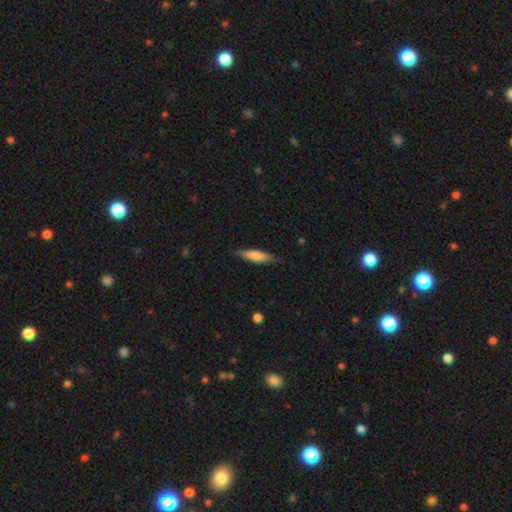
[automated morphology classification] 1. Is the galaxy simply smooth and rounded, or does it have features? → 69% smooth, 25% featured or disk, 6% star or artifact.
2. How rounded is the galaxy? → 75% cigar-shaped, 23% in between, 2% round.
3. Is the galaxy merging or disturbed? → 84% none, 12% minor disturbance, 2% major disturbance, 1% merger.